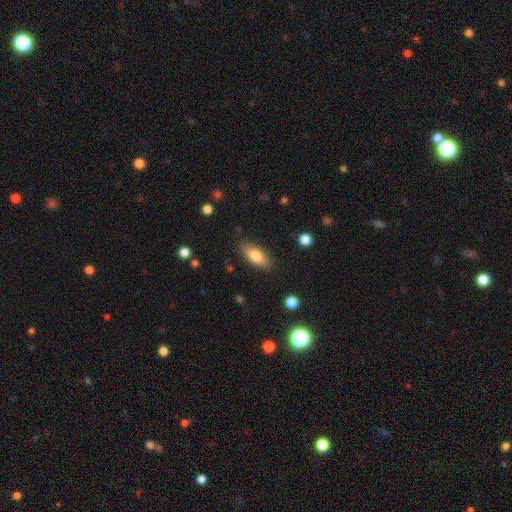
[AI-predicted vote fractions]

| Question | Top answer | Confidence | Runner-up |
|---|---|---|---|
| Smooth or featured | smooth | 76% | featured or disk (17%) |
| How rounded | in between | 77% | cigar-shaped (20%) |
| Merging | none | 85% | minor disturbance (11%) |